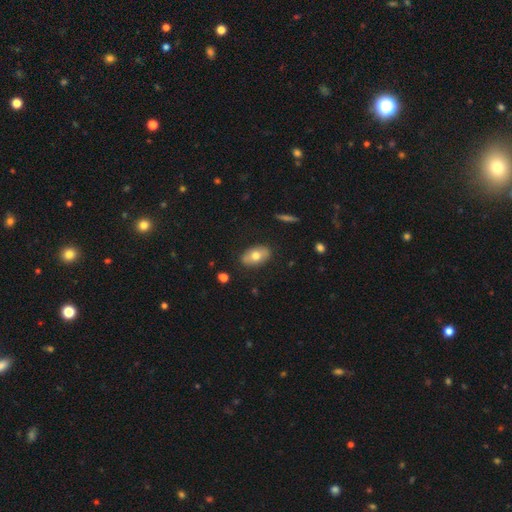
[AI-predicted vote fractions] This appears to be a smooth galaxy with no disk features (67%) that is in between round and cigar-shaped (91%). Merging: none (86%).